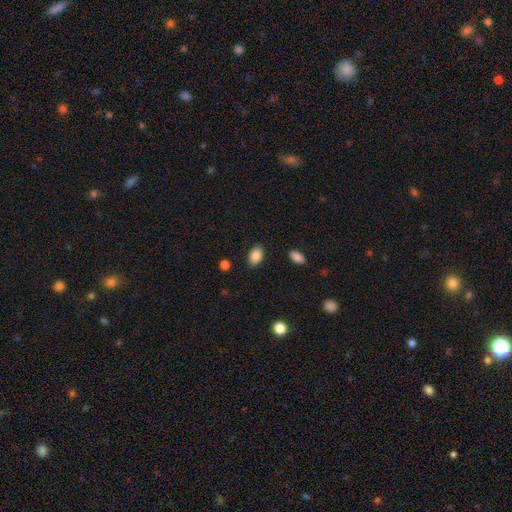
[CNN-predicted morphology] Smooth or featured? smooth (87%)
How rounded? in between (87%)
Merging? none (87%)